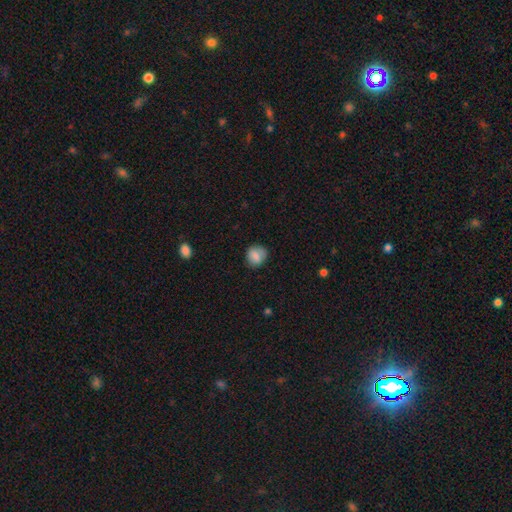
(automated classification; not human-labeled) A smooth galaxy with no disk features (82%) that is round (74%). Merging: none (75%).